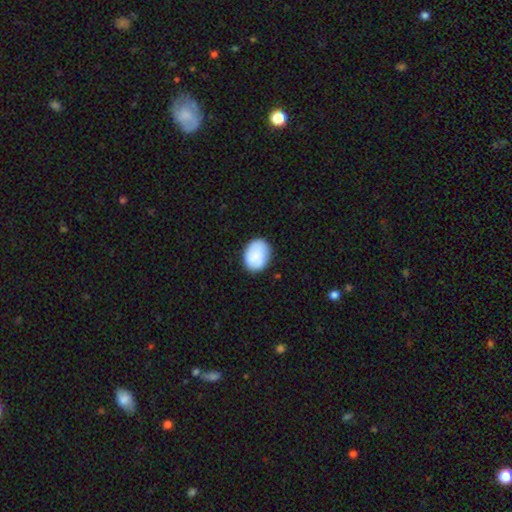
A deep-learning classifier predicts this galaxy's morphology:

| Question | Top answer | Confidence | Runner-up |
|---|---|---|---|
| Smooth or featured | smooth | 85% | featured or disk (9%) |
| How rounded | in between | 65% | round (34%) |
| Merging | none | 79% | minor disturbance (16%) |